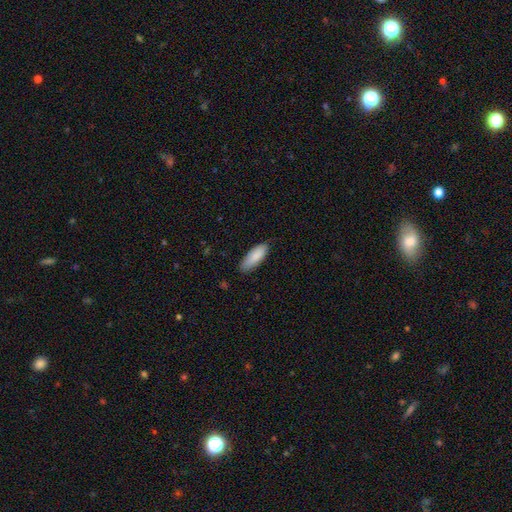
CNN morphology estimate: smooth-or-featured: smooth: 88% | featured or disk: 7% | star or artifact: 5%
  how-rounded: in between: 68% | cigar-shaped: 30% | round: 1%
  merging: none: 80% | minor disturbance: 17% | major disturbance: 2% | merger: 1%